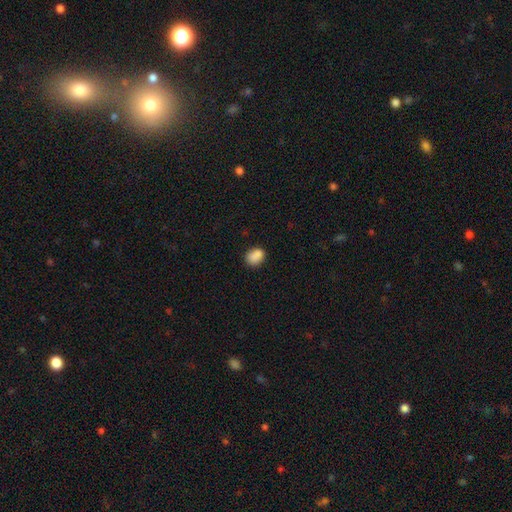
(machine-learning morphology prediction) Smooth or featured? smooth (86%)
How rounded? in between (60%)
Merging? none (75%)